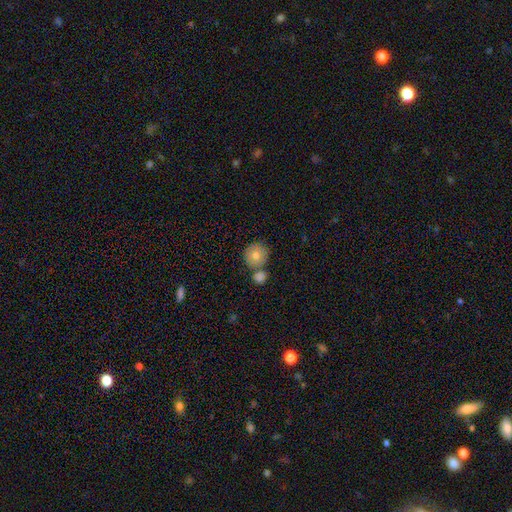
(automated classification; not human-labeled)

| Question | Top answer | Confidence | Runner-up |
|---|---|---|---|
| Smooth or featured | smooth | 73% | featured or disk (16%) |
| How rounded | round | 91% | in between (8%) |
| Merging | none | 66% | merger (22%) |